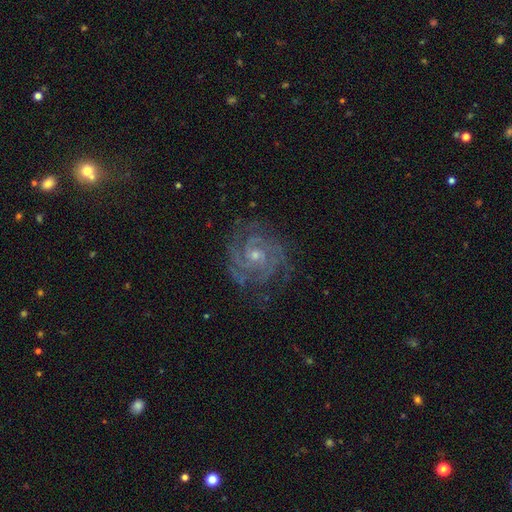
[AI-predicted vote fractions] Morphology: type=featured or disk (91%); edge-on=no (98%); bar=no (61%); spiral arms=yes (98%); winding=tight (70%); arm count=2 (37%); bulge=small (66%); merging=none (76%).